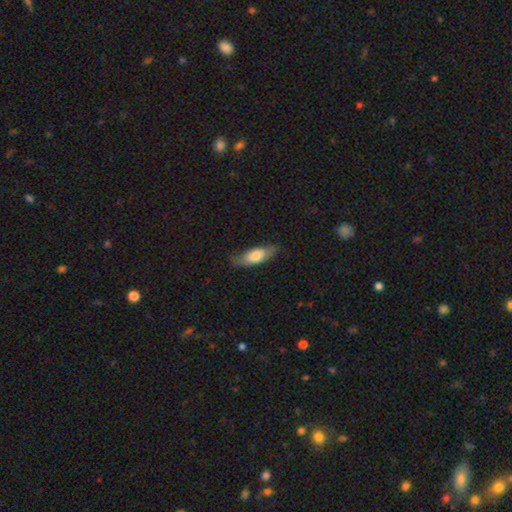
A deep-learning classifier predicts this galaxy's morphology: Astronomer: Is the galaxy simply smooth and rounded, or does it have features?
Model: smooth — 66%.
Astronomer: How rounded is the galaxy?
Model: in between — 72%.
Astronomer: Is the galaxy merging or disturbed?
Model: none — 66%.